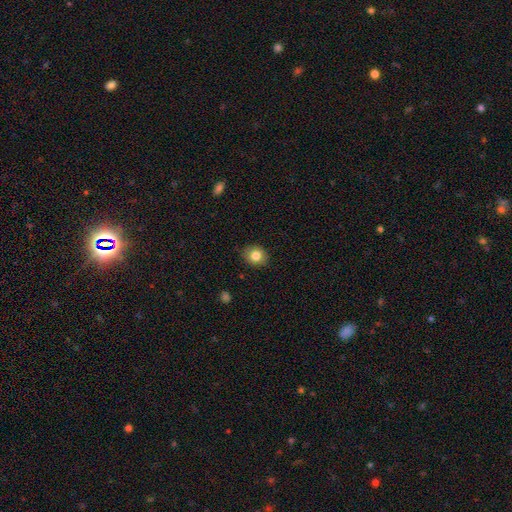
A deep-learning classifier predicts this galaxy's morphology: This appears to be a smooth galaxy with no disk features (83%) that is round (63%). Merging: none (84%).